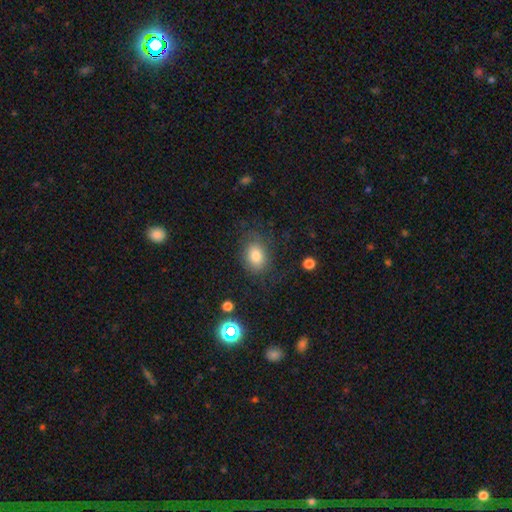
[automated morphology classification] Q: Smooth or featured?
A: smooth (76%); runner-up: featured or disk (13%)
Q: How rounded?
A: in between (68%); runner-up: round (31%)
Q: Merging?
A: none (73%); runner-up: minor disturbance (17%)